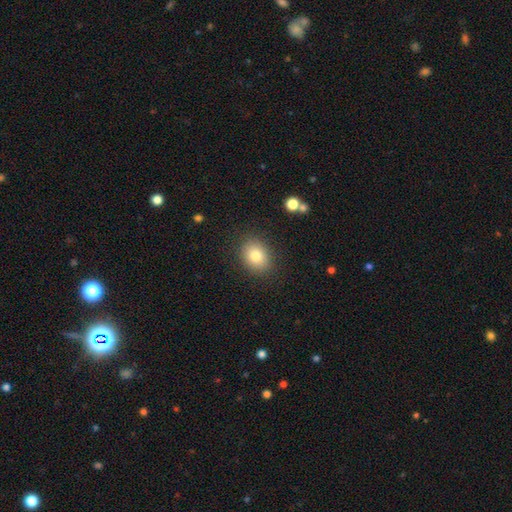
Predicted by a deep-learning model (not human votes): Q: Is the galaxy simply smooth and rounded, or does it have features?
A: smooth — 81%.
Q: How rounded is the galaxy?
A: in between — 56%.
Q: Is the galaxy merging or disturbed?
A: none — 86%.